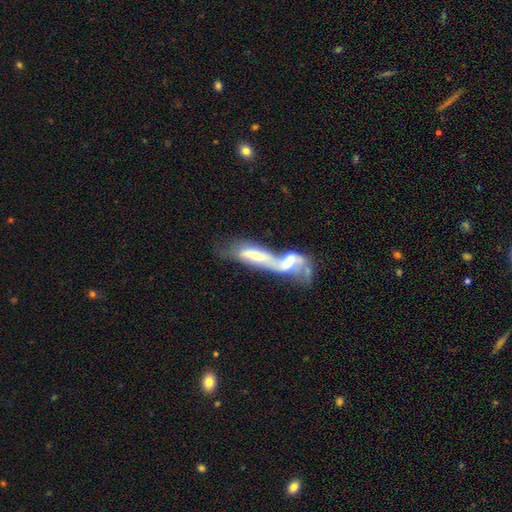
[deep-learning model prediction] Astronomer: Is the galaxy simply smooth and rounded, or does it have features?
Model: featured or disk — 52% (runner-up: smooth, 41%).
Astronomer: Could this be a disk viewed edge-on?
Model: no — 78%.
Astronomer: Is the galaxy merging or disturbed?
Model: merger — 80%.